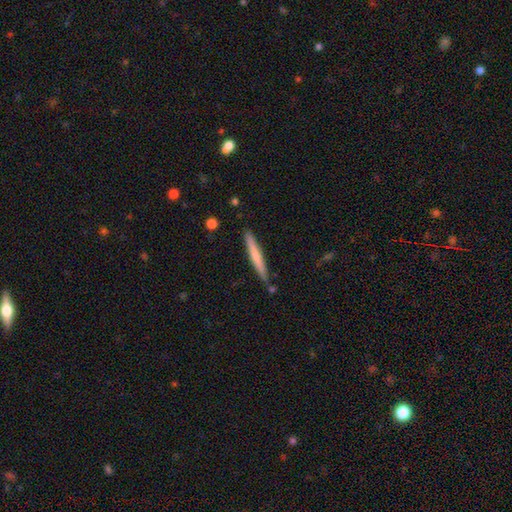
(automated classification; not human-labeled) smooth_or_featured: smooth (p=0.61) [alt: featured or disk p=0.34]
how_rounded: cigar-shaped (p=0.96) [alt: in between p=0.03]
merging: none (p=0.85) [alt: minor disturbance p=0.10]